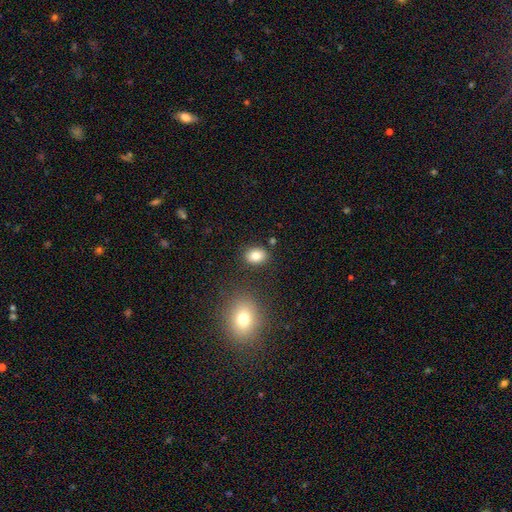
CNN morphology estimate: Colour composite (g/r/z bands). It shows a smooth galaxy with no disk features (82%) that is in between round and cigar-shaped (64%). Merging: none (84%).